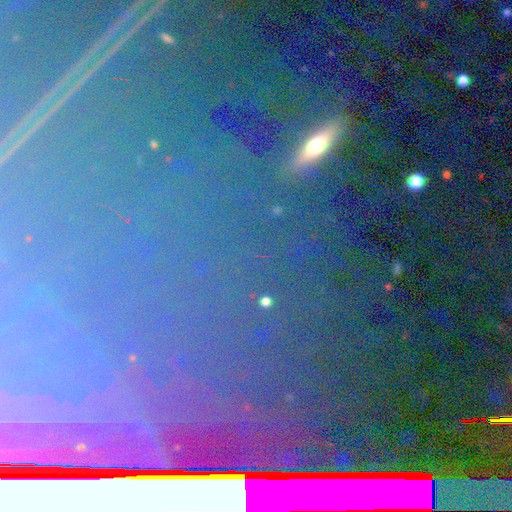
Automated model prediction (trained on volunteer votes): A star or artifact, not a galaxy (57%).

Vote fractions:
- Smooth or featured? star or artifact: 57% / smooth: 25% / featured or disk: 18%